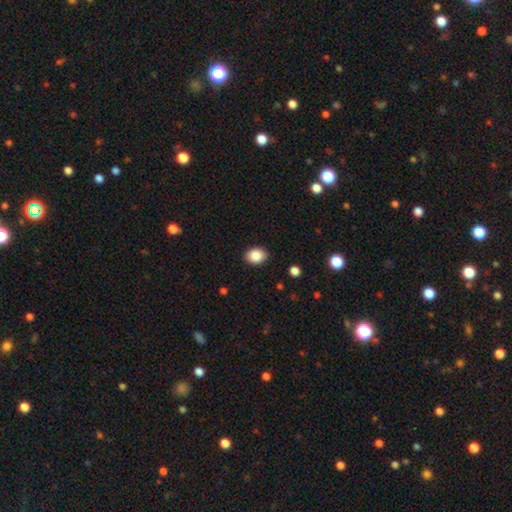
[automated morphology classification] Q: Smooth or featured?
A: smooth (87%); runner-up: star or artifact (8%)
Q: How rounded?
A: in between (63%); runner-up: round (36%)
Q: Merging?
A: none (88%); runner-up: minor disturbance (9%)